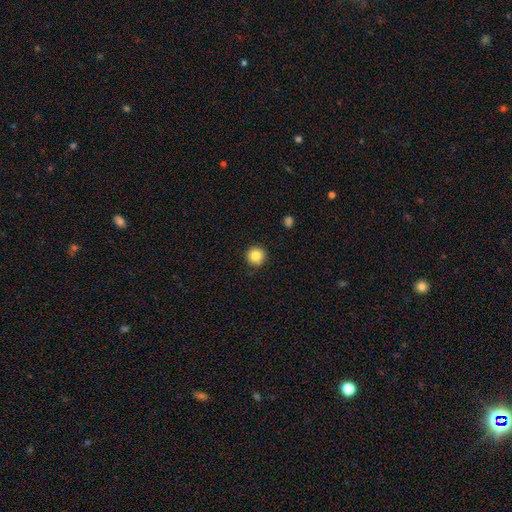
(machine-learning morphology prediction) Smooth or featured? smooth (85%)
How rounded? round (95%)
Merging? none (91%)